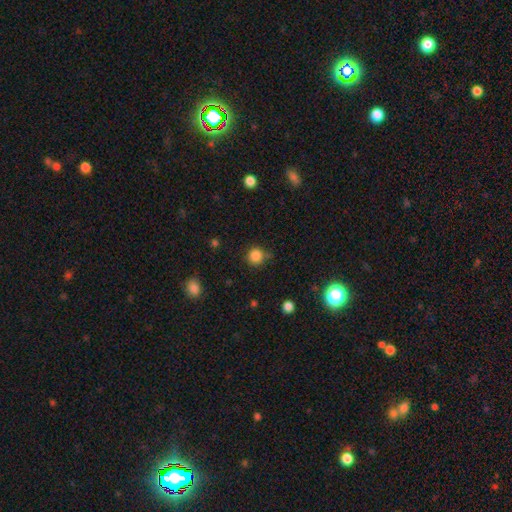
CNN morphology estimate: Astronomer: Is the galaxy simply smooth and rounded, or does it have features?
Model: smooth — 84%.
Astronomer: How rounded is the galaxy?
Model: round — 93%.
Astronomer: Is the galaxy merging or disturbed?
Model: none — 79%.